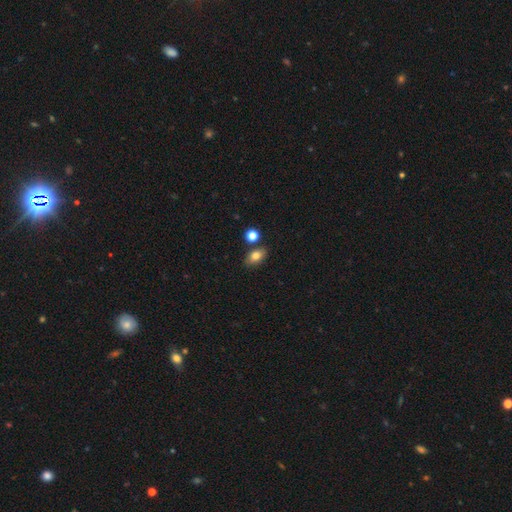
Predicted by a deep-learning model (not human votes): Smooth or featured?
  - smooth: 78% *
  - featured or disk: 12%
  - star or artifact: 11%
How rounded?
  - in between: 81% *
  - round: 16%
  - cigar-shaped: 3%
Merging?
  - none: 78% *
  - minor disturbance: 11%
  - merger: 8%
  - major disturbance: 3%